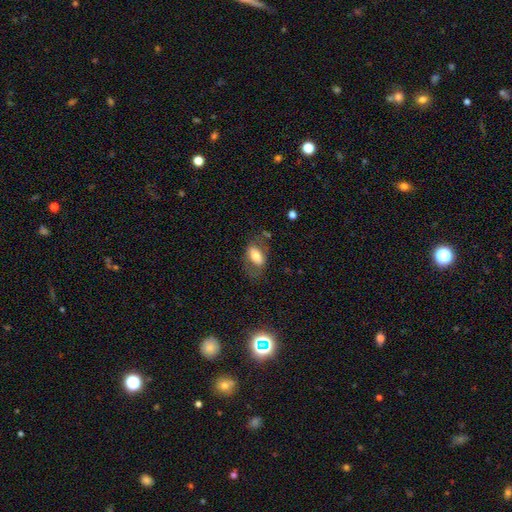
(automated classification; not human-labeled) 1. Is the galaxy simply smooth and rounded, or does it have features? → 60% smooth, 32% featured or disk, 8% star or artifact.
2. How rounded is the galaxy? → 89% in between, 7% round, 4% cigar-shaped.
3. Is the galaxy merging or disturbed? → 55% none, 22% minor disturbance, 19% major disturbance, 4% merger.